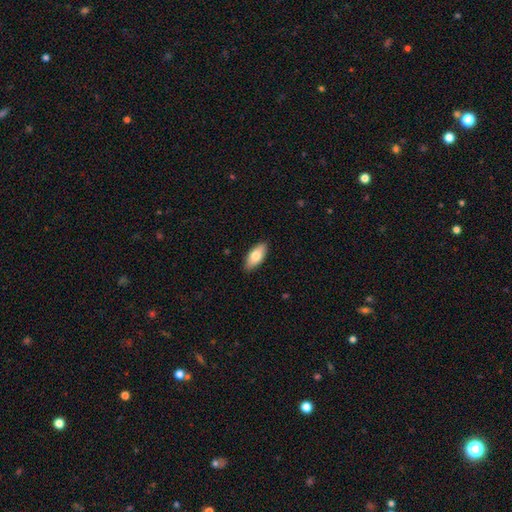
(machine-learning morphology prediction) This is likely a smooth galaxy (78%). How rounded: clearly in between (88%). Merging: clearly none (88%).